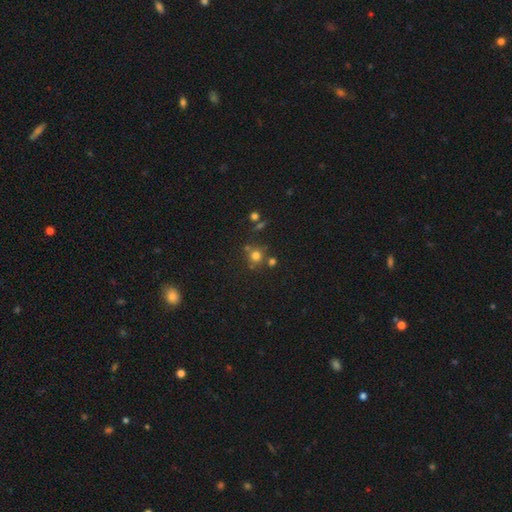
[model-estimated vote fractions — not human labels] Morphology: type=smooth (69%); roundness=round (89%); merging=none (67%).